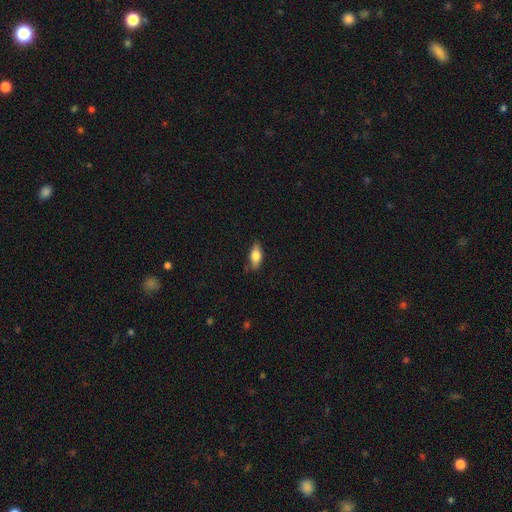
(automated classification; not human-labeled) This is likely a smooth galaxy (77%). How rounded: clearly in between (83%). Merging: likely none (76%).